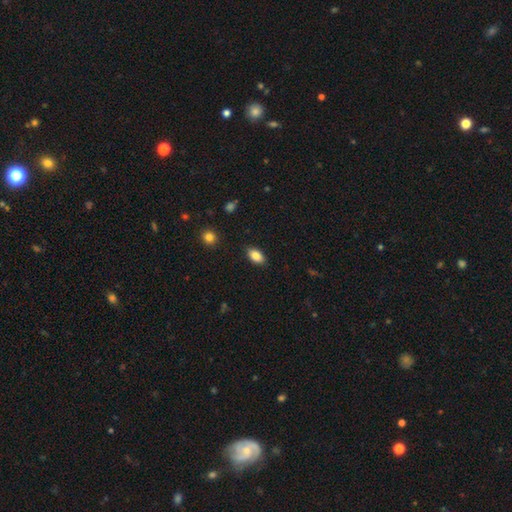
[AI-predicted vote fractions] Smooth or featured?
  - smooth: 86% *
  - star or artifact: 8%
  - featured or disk: 6%
How rounded?
  - in between: 92% *
  - round: 5%
  - cigar-shaped: 3%
Merging?
  - none: 88% *
  - minor disturbance: 9%
  - major disturbance: 2%
  - merger: 1%